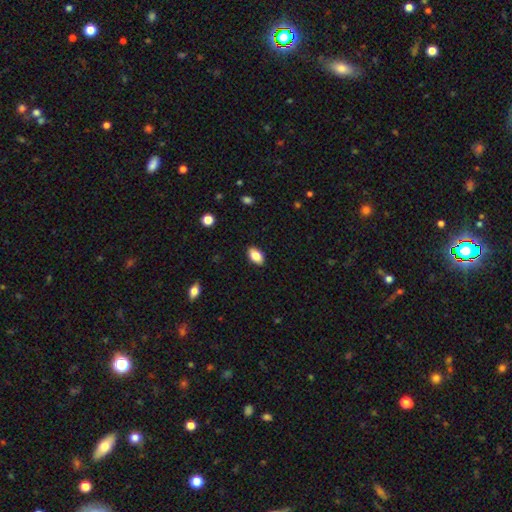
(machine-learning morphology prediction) Smooth or featured?
  - smooth: 84% *
  - featured or disk: 9%
  - star or artifact: 8%
How rounded?
  - in between: 91% *
  - round: 7%
  - cigar-shaped: 2%
Merging?
  - none: 88% *
  - minor disturbance: 9%
  - major disturbance: 2%
  - merger: 1%